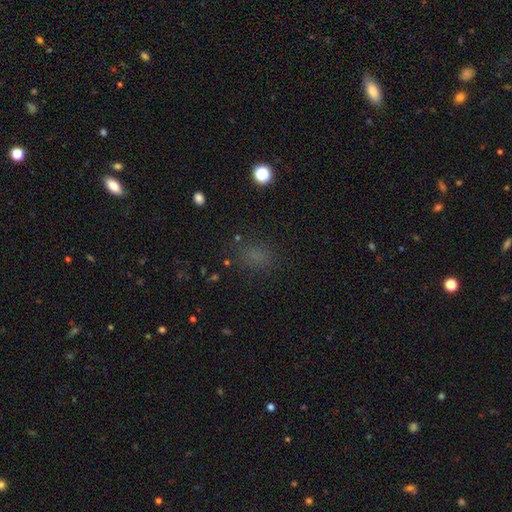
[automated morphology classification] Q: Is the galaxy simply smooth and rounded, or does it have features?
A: smooth — 67%.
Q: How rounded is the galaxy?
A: in between — 61%.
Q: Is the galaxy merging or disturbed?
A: none — 78%.